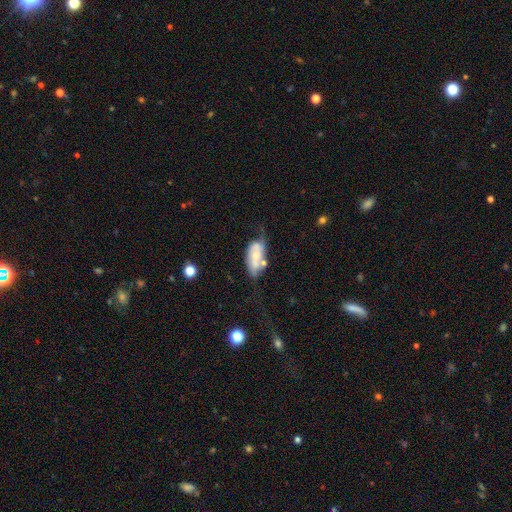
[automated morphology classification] Overall: featured or disk (48%; smooth 44%). Merging: none (36%; minor disturbance 28%).